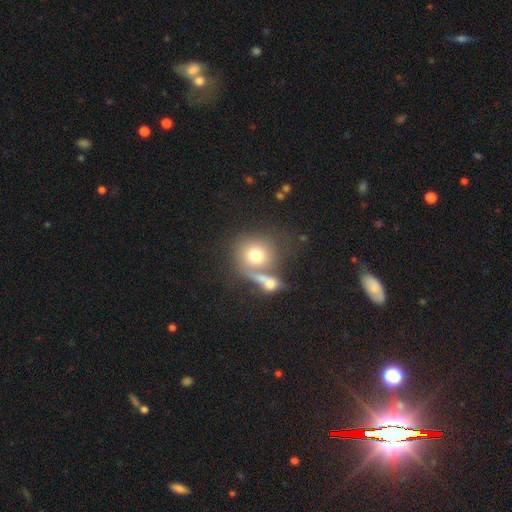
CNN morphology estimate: A smooth galaxy with no disk features (71%) that is round (82%).

Vote fractions:
- Smooth or featured? smooth: 71% / featured or disk: 19% / star or artifact: 10%
- How rounded? round: 82% / in between: 17% / cigar-shaped: 1%
- Merging? merger: 42% / none: 40% / minor disturbance: 10% / major disturbance: 9%